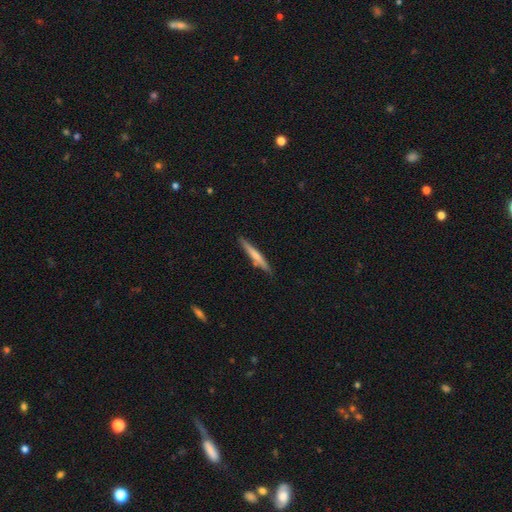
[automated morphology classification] A smooth galaxy with no disk features (58%) that is cigar-shaped (95%). Merging: none (84%).